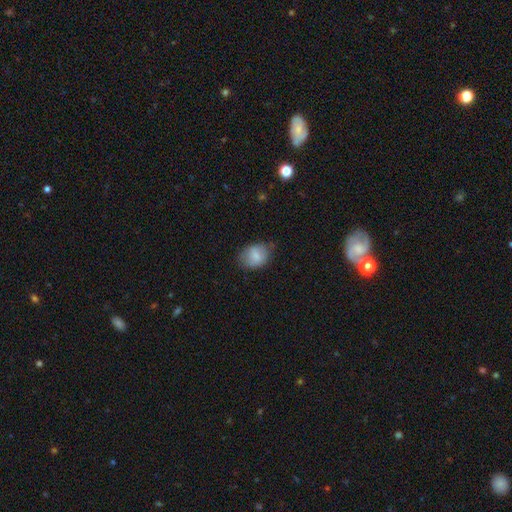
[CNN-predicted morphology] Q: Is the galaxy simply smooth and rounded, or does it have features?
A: smooth — 78%.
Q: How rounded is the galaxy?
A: in between — 69%.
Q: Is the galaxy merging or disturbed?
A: none — 66%.